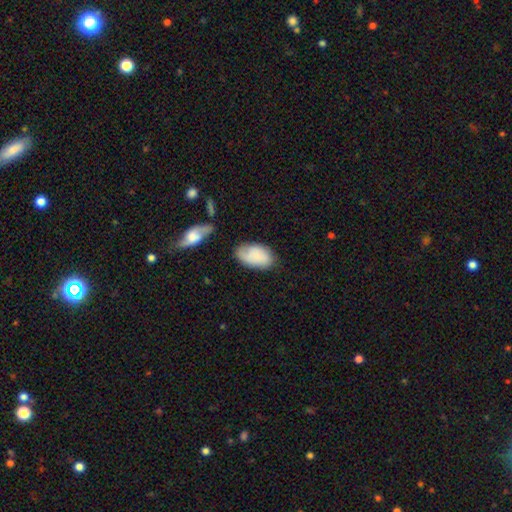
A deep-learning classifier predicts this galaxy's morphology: Smooth or featured?
  - smooth: 74% *
  - featured or disk: 19%
  - star or artifact: 7%
How rounded?
  - in between: 94% *
  - round: 5%
  - cigar-shaped: 2%
Merging?
  - none: 61% *
  - minor disturbance: 26%
  - major disturbance: 8%
  - merger: 5%